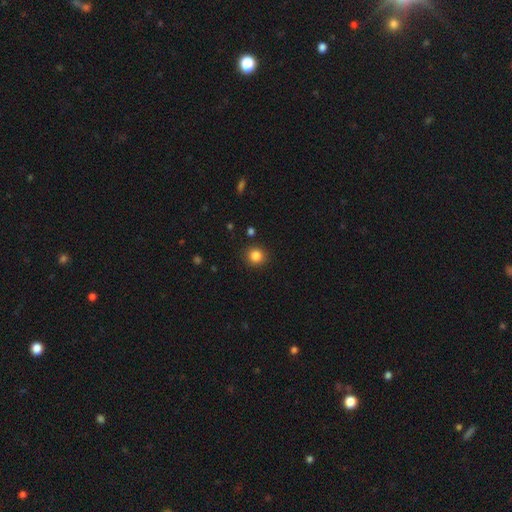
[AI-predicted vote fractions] Overall: smooth (85%). How rounded: round (91%). Merging: none (90%).